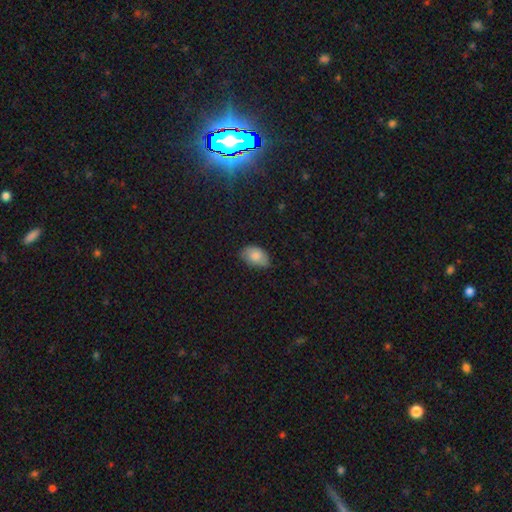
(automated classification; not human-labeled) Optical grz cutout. It shows a smooth galaxy with no disk features (83%) that is in between round and cigar-shaped (91%). Merging: none (65%).